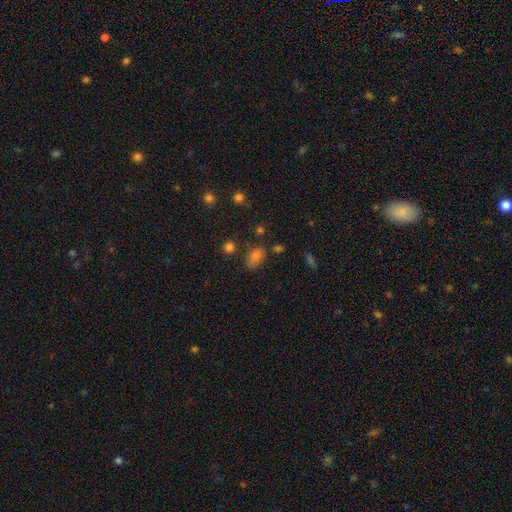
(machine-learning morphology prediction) Smooth or featured: smooth — 70% (star or artifact — 20%)
How rounded: in between — 78% (round — 19%)
Merging: none — 65% (minor disturbance — 21%)